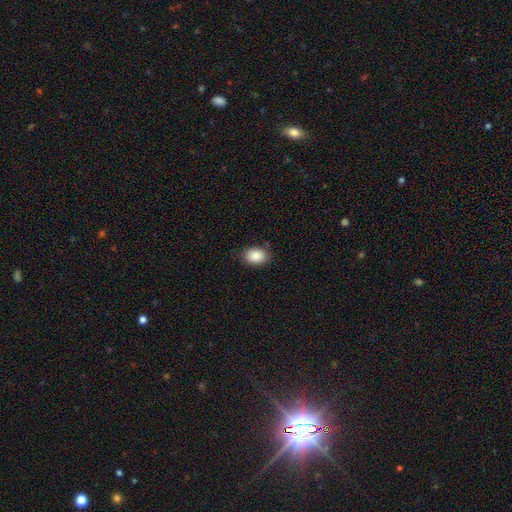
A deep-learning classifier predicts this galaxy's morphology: Smooth or featured: smooth — 87% (star or artifact — 8%)
How rounded: in between — 76% (round — 23%)
Merging: none — 84% (minor disturbance — 12%)